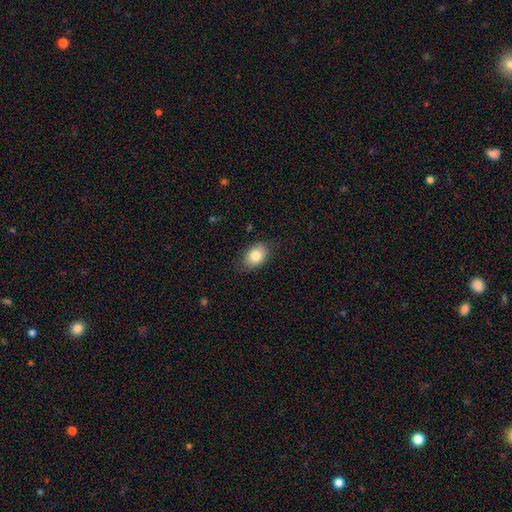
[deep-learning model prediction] Overall: smooth (82%). How rounded: in between (79%). Merging: none (81%).